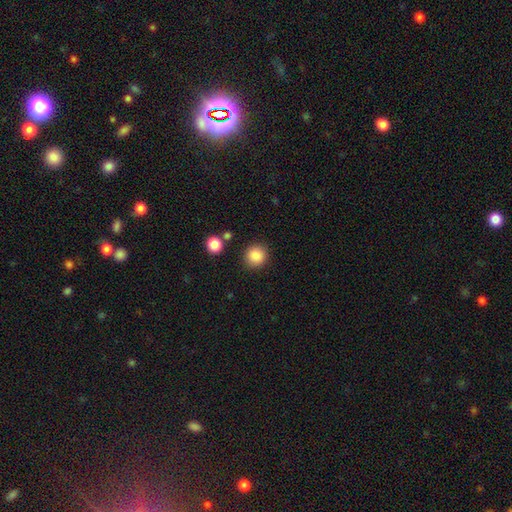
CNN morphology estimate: Q: Smooth or featured?
A: smooth (87%); runner-up: star or artifact (9%)
Q: How rounded?
A: round (90%); runner-up: in between (9%)
Q: Merging?
A: none (88%); runner-up: minor disturbance (7%)